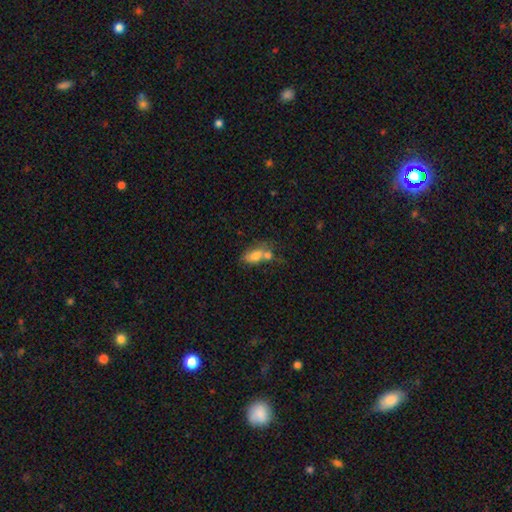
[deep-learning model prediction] A smooth galaxy with no disk features (75%) that is in between round and cigar-shaped (84%). Merging: merger (49%).